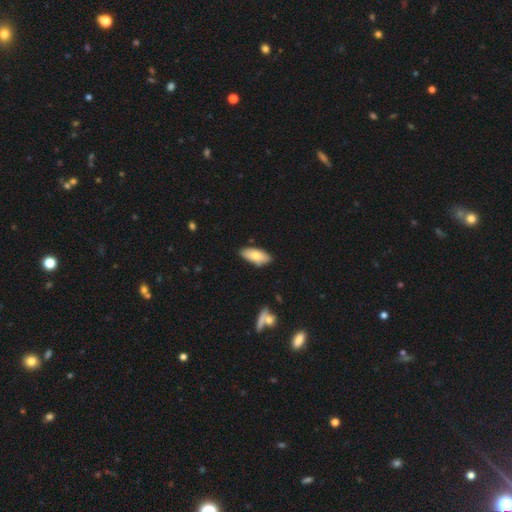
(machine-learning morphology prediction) Overall: smooth (75%). How rounded: in between (85%). Merging: none (82%).